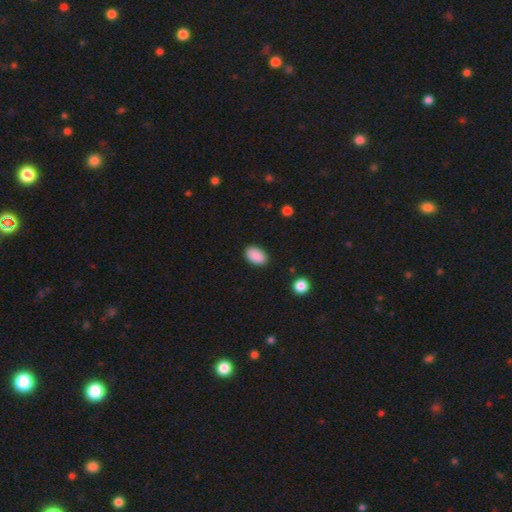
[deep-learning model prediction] Overall: smooth (90%). How rounded: in between (89%). Merging: none (88%).